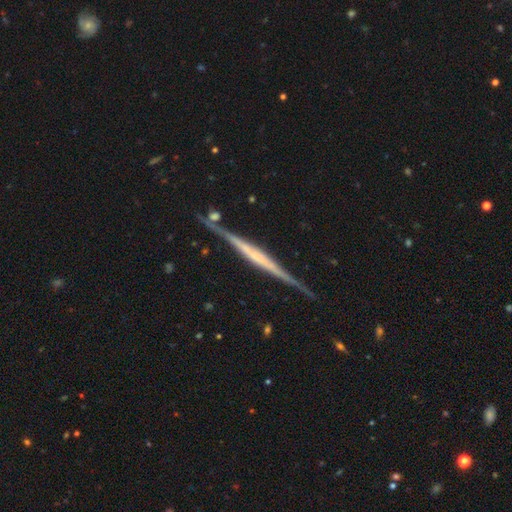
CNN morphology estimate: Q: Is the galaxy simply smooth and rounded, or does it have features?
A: featured or disk — 81%.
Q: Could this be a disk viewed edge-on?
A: yes — 98%.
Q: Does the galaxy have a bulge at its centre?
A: none — 41%.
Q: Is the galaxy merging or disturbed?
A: none — 84%.